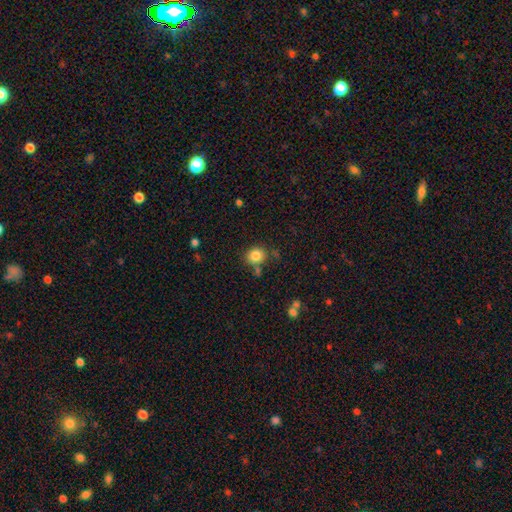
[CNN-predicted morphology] Smooth or featured? smooth (83%)
How rounded? round (77%)
Merging? none (74%)